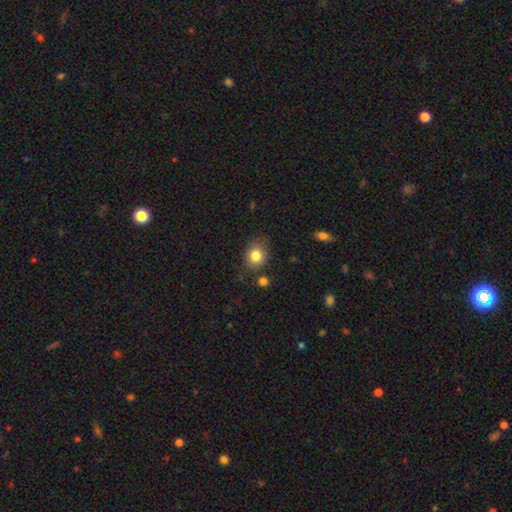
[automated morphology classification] This appears to be a smooth galaxy with no disk features (83%) that is round (61%). Merging: none (74%).